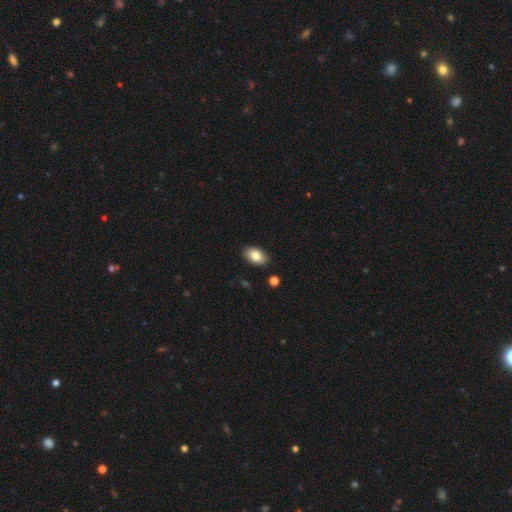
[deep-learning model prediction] A smooth galaxy with no disk features (81%) that is in between round and cigar-shaped (91%).

Vote fractions:
- Smooth or featured? smooth: 81% / featured or disk: 12% / star or artifact: 7%
- How rounded? in between: 91% / round: 7% / cigar-shaped: 1%
- Merging? none: 88% / minor disturbance: 9% / major disturbance: 2% / merger: 2%